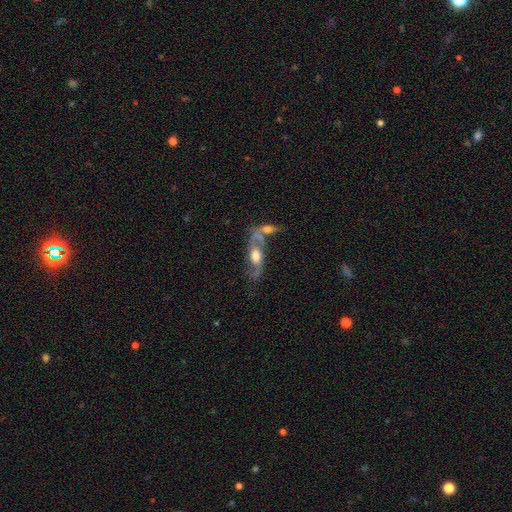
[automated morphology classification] type=featured or disk (67%); edge-on=no (75%); merging=none (41%).